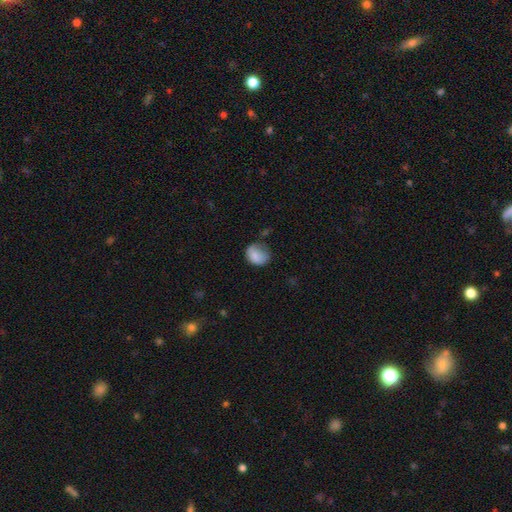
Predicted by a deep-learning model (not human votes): Smooth or featured? Predicted: smooth (p=0.81). How rounded? Predicted: round (p=0.53). Merging? Predicted: none (p=0.47).